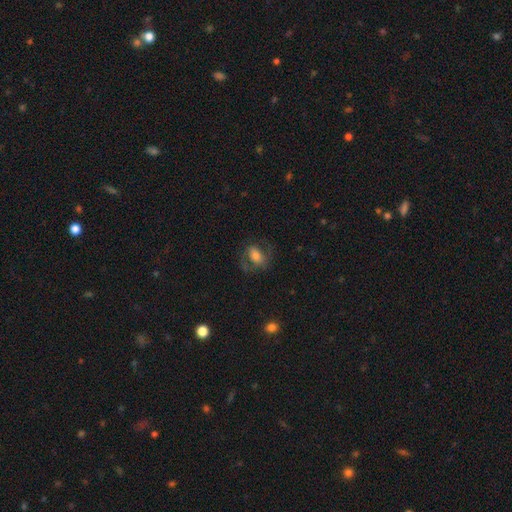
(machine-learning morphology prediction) A smooth galaxy with no disk features (50%) that is in between round and cigar-shaped (74%). Merging: none (61%).